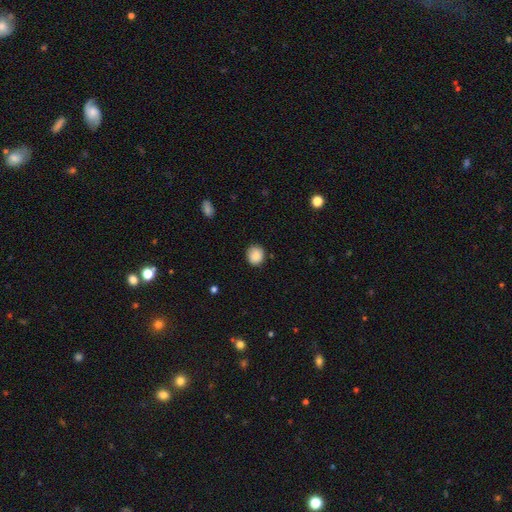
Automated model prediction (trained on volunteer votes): Smooth or featured? smooth (86%)
How rounded? round (84%)
Merging? none (85%)